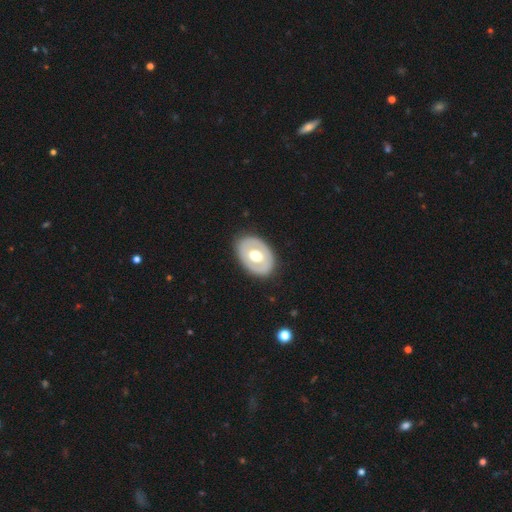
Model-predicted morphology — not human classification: smooth_or_featured: smooth (p=0.49) [alt: featured or disk p=0.46]
merging: none (p=0.85) [alt: minor disturbance p=0.11]